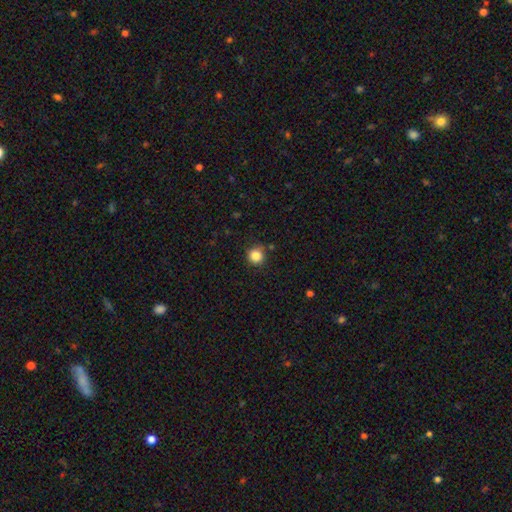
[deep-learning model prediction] smooth_or_featured: smooth (p=0.84) [alt: star or artifact p=0.12]
how_rounded: round (p=0.93) [alt: in between p=0.06]
merging: none (p=0.86) [alt: minor disturbance p=0.09]